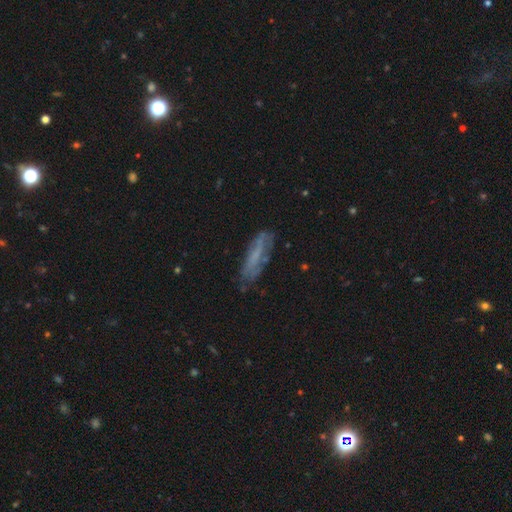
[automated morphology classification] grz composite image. It shows a featured or disk galaxy (47%). Merging: none (63%).